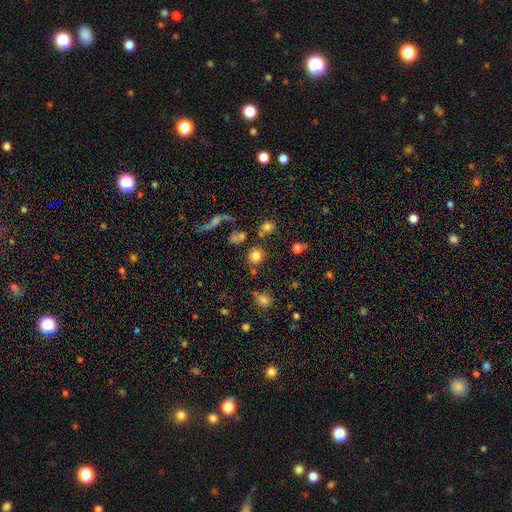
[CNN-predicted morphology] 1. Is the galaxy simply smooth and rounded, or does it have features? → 78% smooth, 14% star or artifact, 8% featured or disk.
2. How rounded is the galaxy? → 85% round, 13% in between, 1% cigar-shaped.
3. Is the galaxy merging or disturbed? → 77% none, 10% minor disturbance, 9% merger, 5% major disturbance.